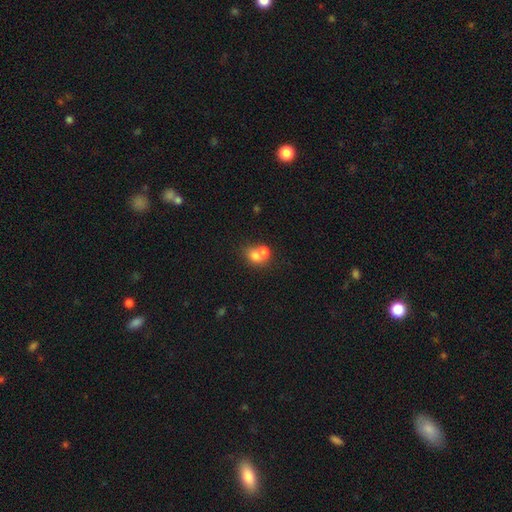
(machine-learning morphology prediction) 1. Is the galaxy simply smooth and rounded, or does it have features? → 71% smooth, 18% featured or disk, 11% star or artifact.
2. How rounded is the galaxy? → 59% round, 40% in between, 1% cigar-shaped.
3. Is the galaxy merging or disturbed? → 61% merger, 29% none, 6% minor disturbance, 3% major disturbance.